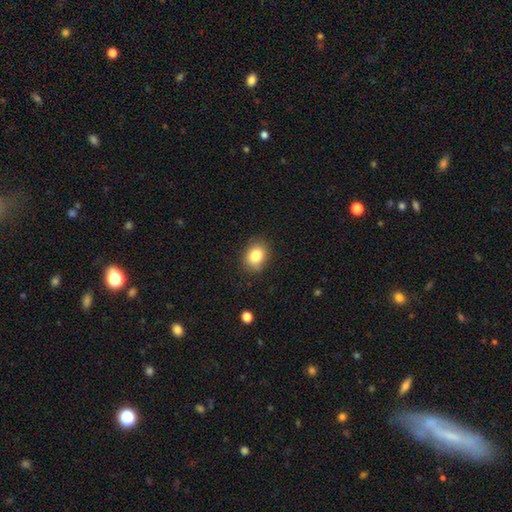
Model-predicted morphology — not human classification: smooth 83%, star or artifact 9%, featured or disk 8%. Down the decision tree: how rounded — in between (55%); merging — none (82%).